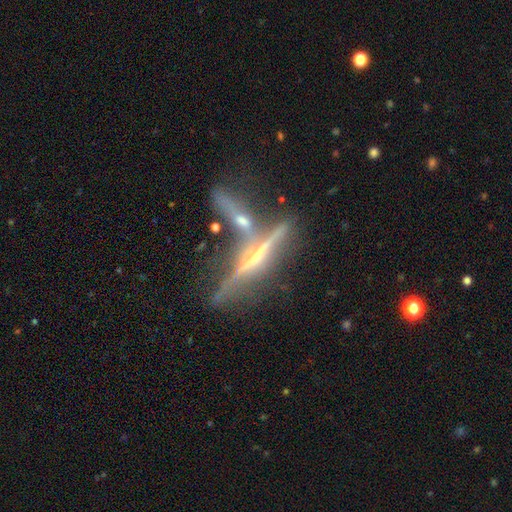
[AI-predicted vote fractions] This is likely a featured or disk galaxy (78%). It is clearly viewed edge-on (93%). Edge-on bulge: possibly rounded (54%). Merging: possibly none (47%).